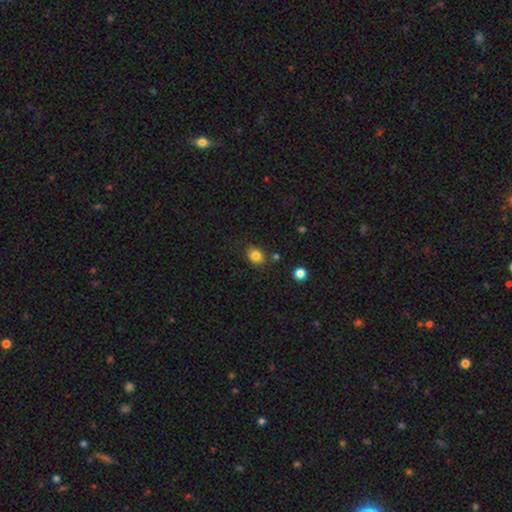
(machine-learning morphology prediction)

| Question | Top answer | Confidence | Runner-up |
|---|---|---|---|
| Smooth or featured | smooth | 83% | star or artifact (11%) |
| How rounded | round | 58% | in between (41%) |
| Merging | none | 80% | minor disturbance (12%) |